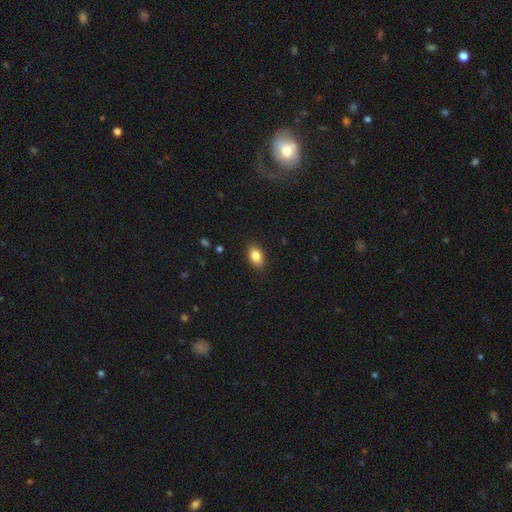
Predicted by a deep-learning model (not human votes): Smooth or featured?
  - smooth: 84% *
  - featured or disk: 8%
  - star or artifact: 8%
How rounded?
  - in between: 86% *
  - round: 12%
  - cigar-shaped: 2%
Merging?
  - none: 88% *
  - minor disturbance: 9%
  - major disturbance: 2%
  - merger: 1%